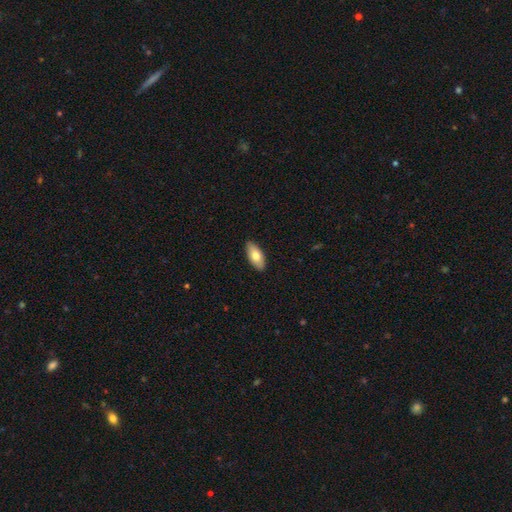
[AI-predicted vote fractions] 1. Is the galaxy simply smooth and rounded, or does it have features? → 74% smooth, 20% featured or disk, 6% star or artifact.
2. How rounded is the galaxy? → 89% in between, 8% cigar-shaped, 2% round.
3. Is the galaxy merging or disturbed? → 89% none, 8% minor disturbance, 2% major disturbance, 1% merger.